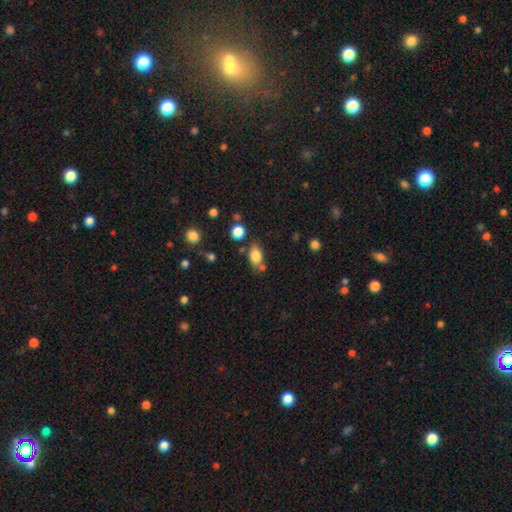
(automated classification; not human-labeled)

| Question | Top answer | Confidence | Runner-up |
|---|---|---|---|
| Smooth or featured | smooth | 82% | star or artifact (9%) |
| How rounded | in between | 83% | round (14%) |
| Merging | none | 67% | minor disturbance (15%) |